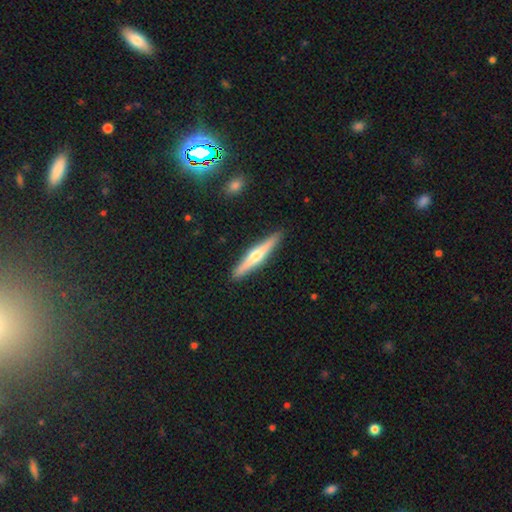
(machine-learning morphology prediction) A featured or disk galaxy (60%) viewed edge-on (97%) with a rounded central bulge (88%).

Vote fractions:
- Smooth or featured? featured or disk: 60% / smooth: 35% / star or artifact: 5%
- Edge-on disk? yes: 97% / no: 3%
- Edge-on bulge? rounded: 88% / none: 8% / boxy: 4%
- Merging? none: 91% / minor disturbance: 7% / major disturbance: 1% / merger: 1%